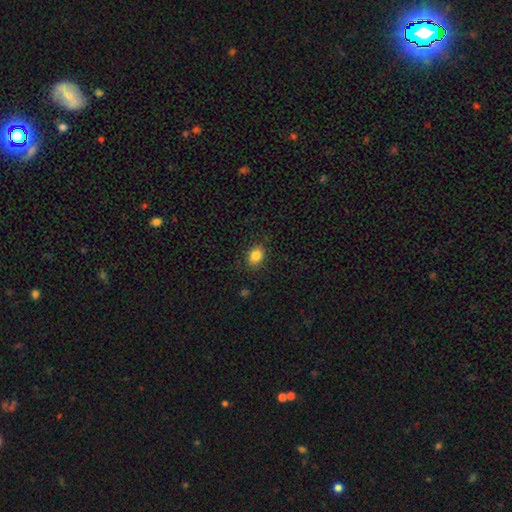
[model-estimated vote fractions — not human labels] smooth-or-featured: smooth: 85% | star or artifact: 9% | featured or disk: 5%
  how-rounded: in between: 57% | round: 42% | cigar-shaped: 1%
  merging: none: 84% | minor disturbance: 11% | major disturbance: 3% | merger: 1%